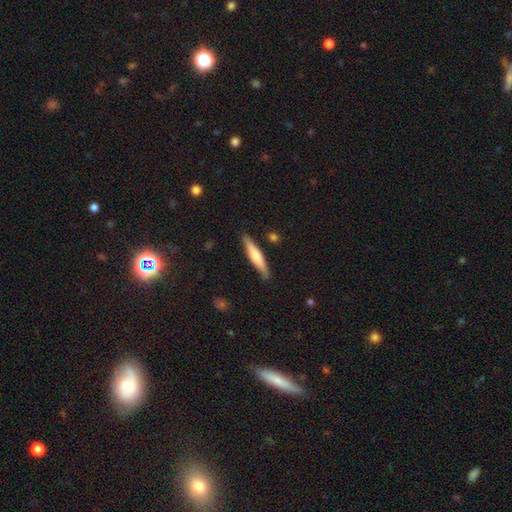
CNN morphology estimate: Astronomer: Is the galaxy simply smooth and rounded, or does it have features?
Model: smooth — 56% (runner-up: featured or disk, 38%).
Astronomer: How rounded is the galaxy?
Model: cigar-shaped — 89%.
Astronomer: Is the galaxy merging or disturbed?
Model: none — 86%.